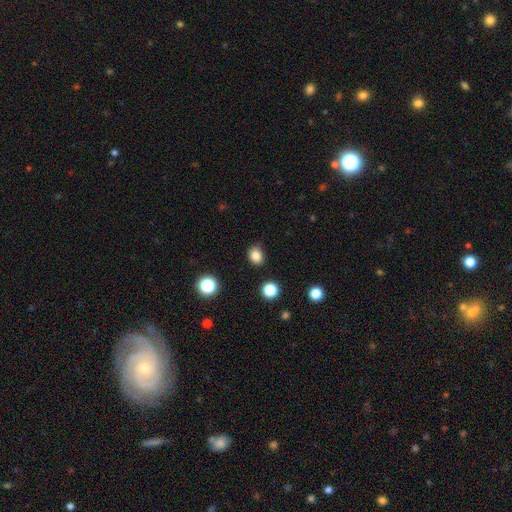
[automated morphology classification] smooth-or-featured: smooth: 84% | star or artifact: 12% | featured or disk: 4%
  how-rounded: in between: 51% | round: 48% | cigar-shaped: 1%
  merging: none: 84% | minor disturbance: 11% | major disturbance: 3% | merger: 2%